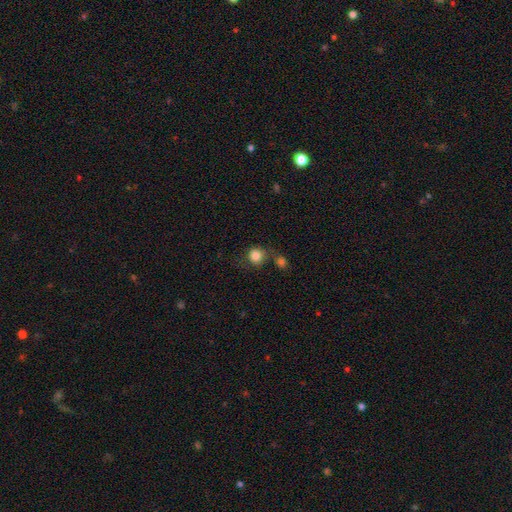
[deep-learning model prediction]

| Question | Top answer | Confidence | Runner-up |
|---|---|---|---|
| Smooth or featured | smooth | 84% | star or artifact (10%) |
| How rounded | round | 87% | in between (12%) |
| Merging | none | 62% | merger (18%) |